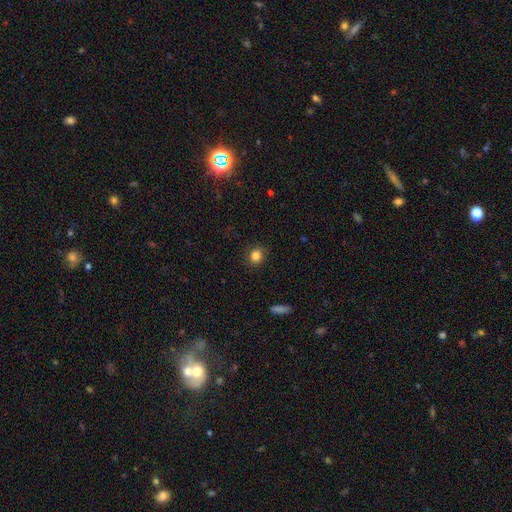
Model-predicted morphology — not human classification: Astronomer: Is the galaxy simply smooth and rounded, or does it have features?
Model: smooth — 84%.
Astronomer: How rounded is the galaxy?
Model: round — 70%.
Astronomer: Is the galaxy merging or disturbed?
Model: none — 86%.